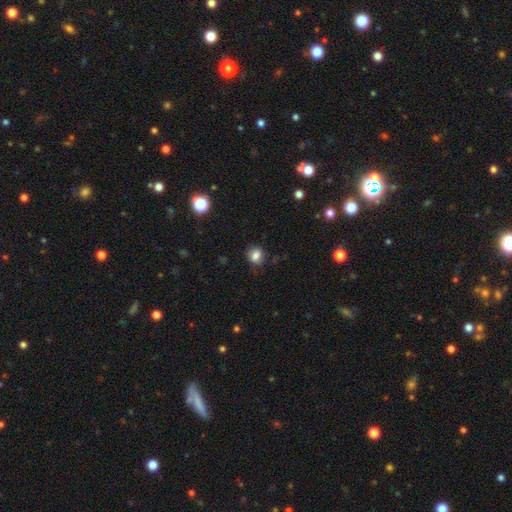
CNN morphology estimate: smooth 83%, star or artifact 11%, featured or disk 6%. Down the decision tree: how rounded — round (67%); merging — none (77%).